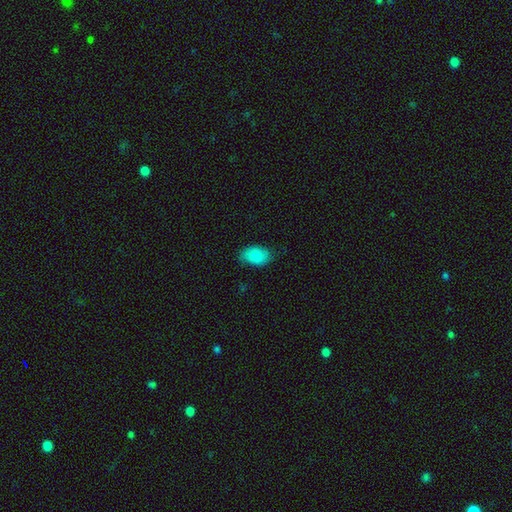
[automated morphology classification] A smooth galaxy with no disk features (83%) that is in between round and cigar-shaped (89%).

Vote fractions:
- Smooth or featured? smooth: 83% / featured or disk: 10% / star or artifact: 7%
- How rounded? in between: 89% / round: 10% / cigar-shaped: 1%
- Merging? none: 71% / minor disturbance: 23% / major disturbance: 5% / merger: 1%